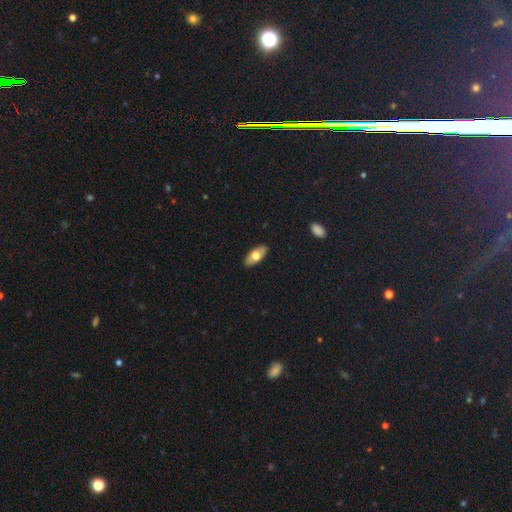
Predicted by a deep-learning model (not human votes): Smooth or featured?
  - smooth: 69% *
  - featured or disk: 25%
  - star or artifact: 6%
How rounded?
  - in between: 85% *
  - cigar-shaped: 12%
  - round: 3%
Merging?
  - none: 89% *
  - minor disturbance: 8%
  - major disturbance: 2%
  - merger: 1%